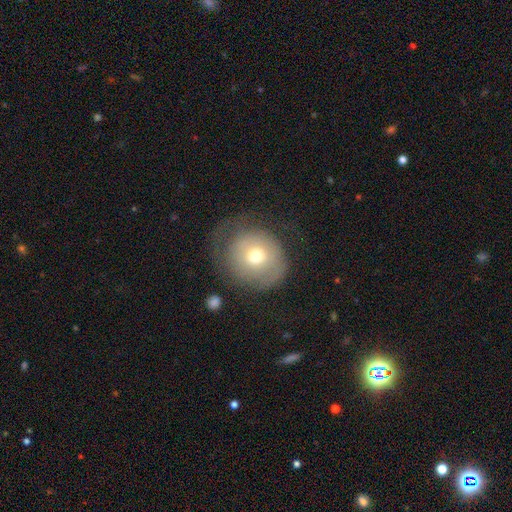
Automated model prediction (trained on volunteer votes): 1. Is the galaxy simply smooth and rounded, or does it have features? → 55% smooth, 36% featured or disk, 9% star or artifact.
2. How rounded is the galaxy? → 85% round, 14% in between, 1% cigar-shaped.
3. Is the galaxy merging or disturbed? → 49% none, 26% major disturbance, 23% minor disturbance, 2% merger.